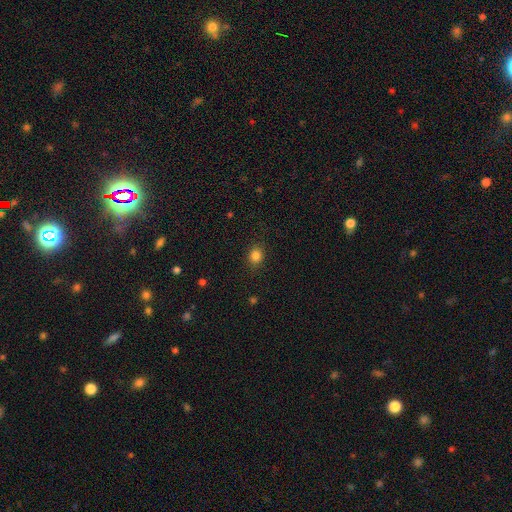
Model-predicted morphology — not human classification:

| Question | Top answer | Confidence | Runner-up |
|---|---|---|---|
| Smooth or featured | smooth | 83% | star or artifact (12%) |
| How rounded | round | 71% | in between (28%) |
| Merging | none | 87% | minor disturbance (9%) |